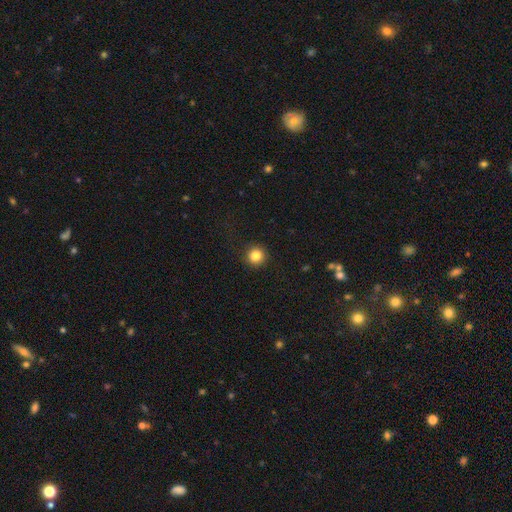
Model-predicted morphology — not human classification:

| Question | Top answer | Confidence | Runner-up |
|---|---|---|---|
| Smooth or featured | smooth | 83% | star or artifact (11%) |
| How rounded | round | 95% | in between (4%) |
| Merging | none | 91% | minor disturbance (6%) |